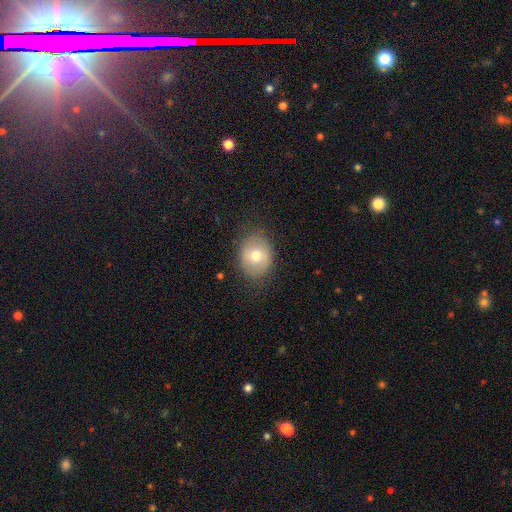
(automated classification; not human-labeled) Q: Smooth or featured?
A: smooth (67%); runner-up: featured or disk (25%)
Q: How rounded?
A: in between (51%); runner-up: round (48%)
Q: Merging?
A: none (80%); runner-up: minor disturbance (15%)